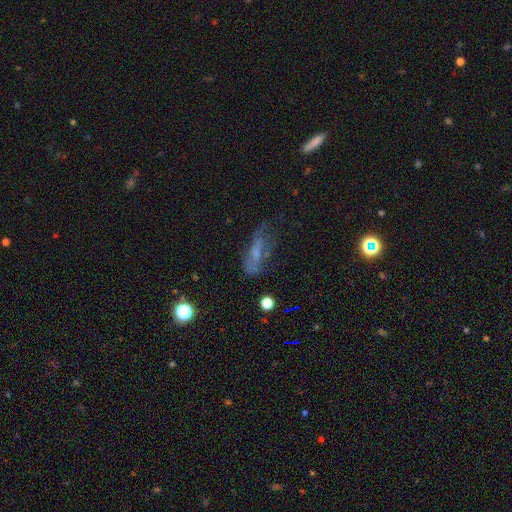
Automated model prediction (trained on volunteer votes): The model was most divided on "smooth or featured": featured or disk: 43%, smooth: 41%, star or artifact: 16%. Remaining: merging — none (46%).